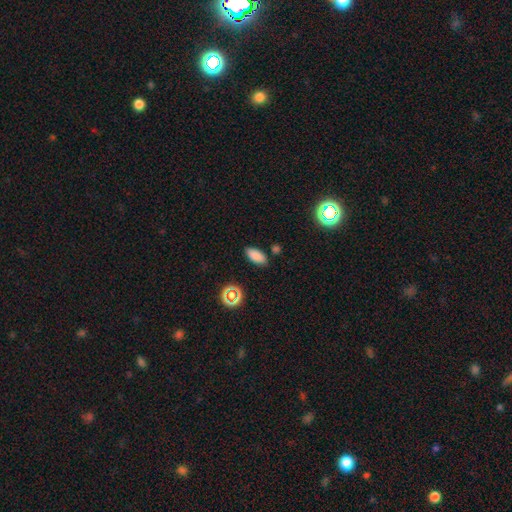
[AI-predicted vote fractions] Smooth or featured? smooth (83%)
How rounded? in between (87%)
Merging? none (85%)